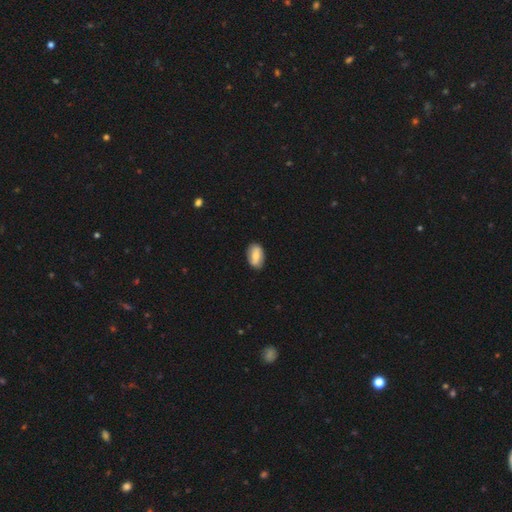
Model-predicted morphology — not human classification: smooth 64%, featured or disk 29%, star or artifact 7%. Down the decision tree: how rounded — in between (91%); merging — none (84%).